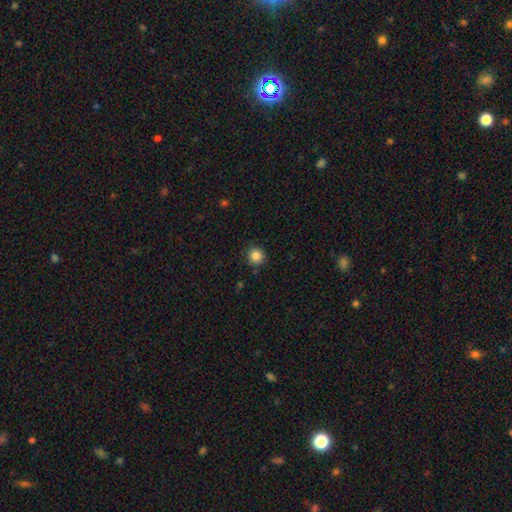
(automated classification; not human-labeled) Overall: smooth (86%). How rounded: round (94%). Merging: none (89%).